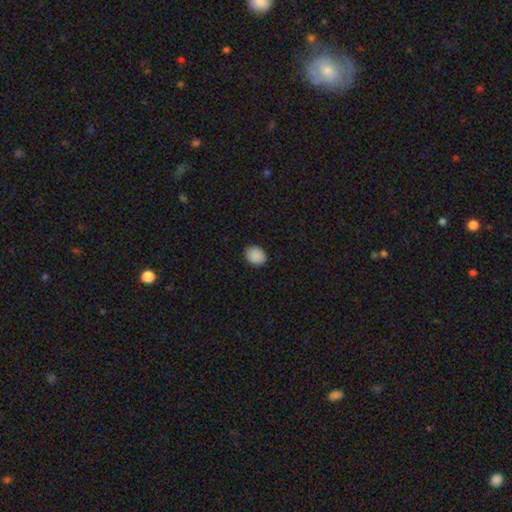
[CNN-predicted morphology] A smooth galaxy with no disk features (89%) that is round (52%). Merging: none (88%).